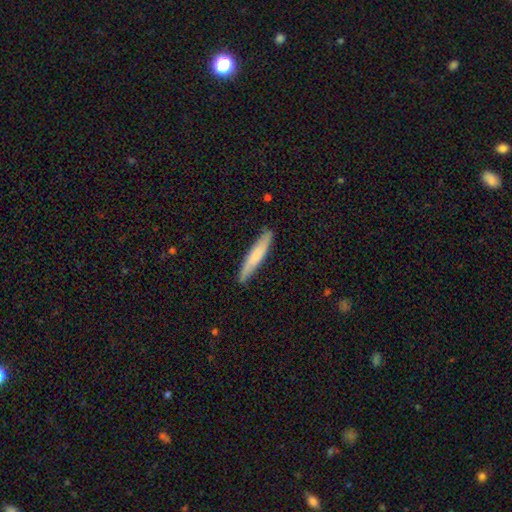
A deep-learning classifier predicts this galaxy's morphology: Smooth or featured: smooth — 69% (featured or disk — 26%)
How rounded: cigar-shaped — 91% (in between — 7%)
Merging: none — 86% (minor disturbance — 11%)